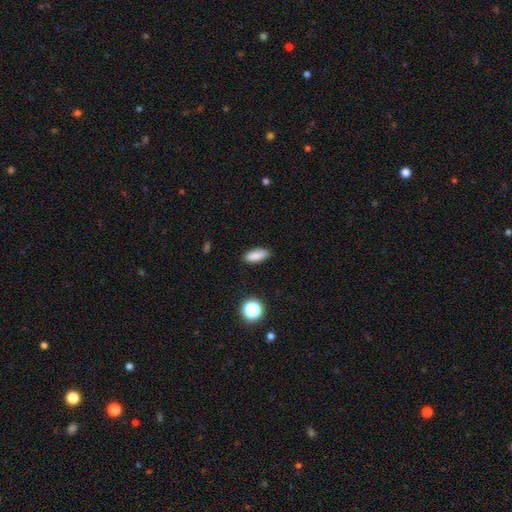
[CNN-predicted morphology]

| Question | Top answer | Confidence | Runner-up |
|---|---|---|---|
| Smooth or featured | smooth | 86% | star or artifact (10%) |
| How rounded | in between | 73% | cigar-shaped (24%) |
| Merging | none | 87% | minor disturbance (9%) |